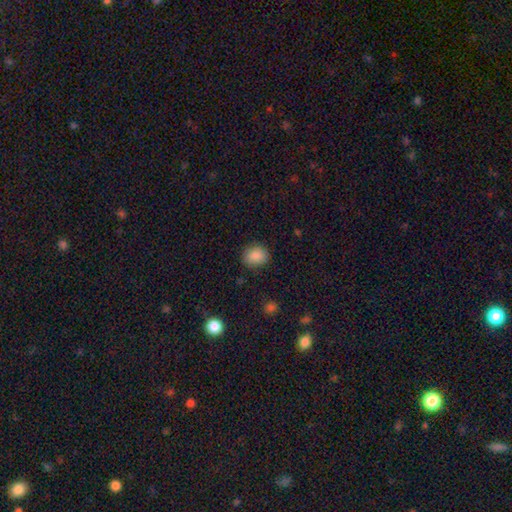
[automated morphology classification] smooth-or-featured: smooth: 86% | star or artifact: 9% | featured or disk: 5%
  how-rounded: round: 57% | in between: 42% | cigar-shaped: 1%
  merging: none: 84% | minor disturbance: 12% | major disturbance: 3% | merger: 1%